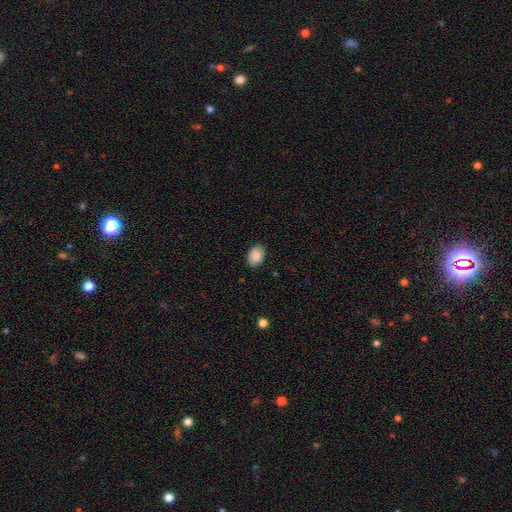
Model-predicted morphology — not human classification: type=smooth (88%); roundness=in between (80%); merging=none (88%).